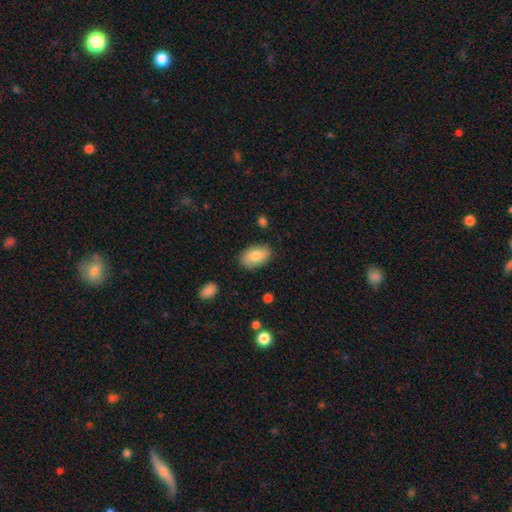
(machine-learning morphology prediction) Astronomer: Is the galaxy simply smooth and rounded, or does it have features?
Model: smooth — 81%.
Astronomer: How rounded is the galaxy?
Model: in between — 92%.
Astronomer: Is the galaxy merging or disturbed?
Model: none — 83%.